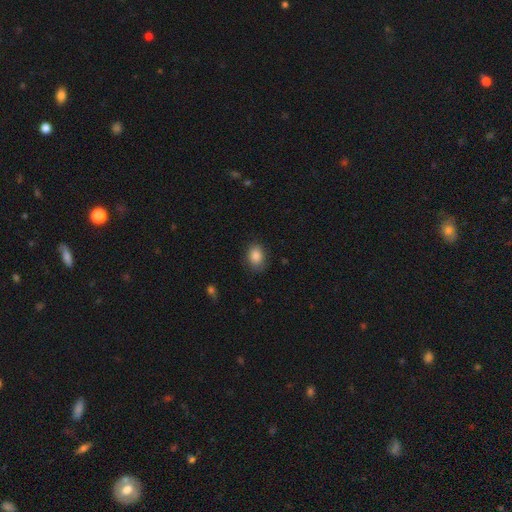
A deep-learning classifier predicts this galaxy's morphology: This appears to be a smooth galaxy with no disk features (86%) that is in between round and cigar-shaped (74%). Merging: none (81%).